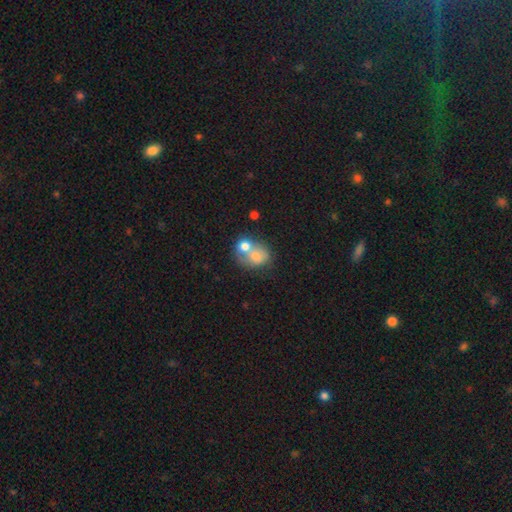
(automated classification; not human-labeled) The model was most divided on "how rounded": round: 58%, in between: 41%, cigar-shaped: 1%. More confident: smooth or featured — smooth (68%); merging — merger (62%).